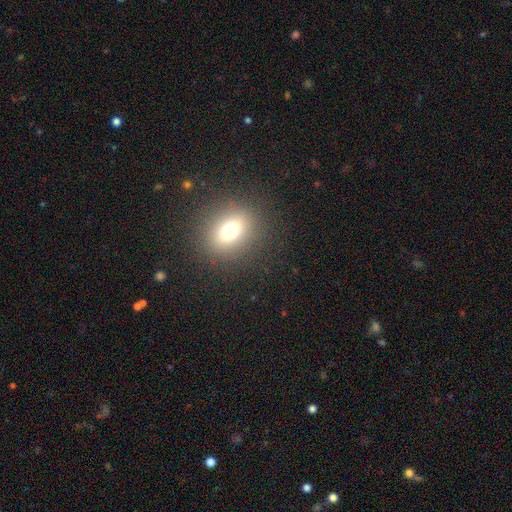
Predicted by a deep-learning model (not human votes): smooth 66%, star or artifact 22%, featured or disk 12%. Down the decision tree: how rounded — in between (49%); merging — none (91%).